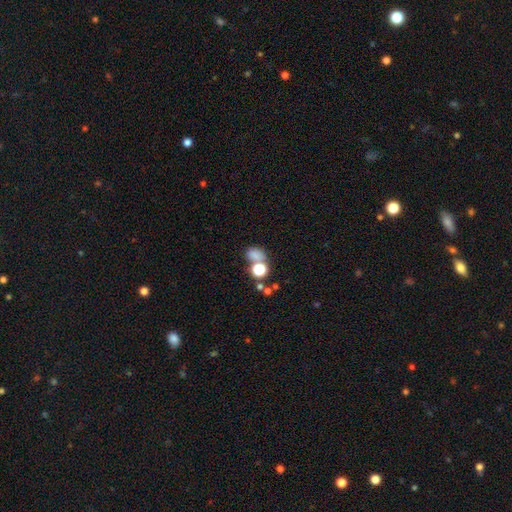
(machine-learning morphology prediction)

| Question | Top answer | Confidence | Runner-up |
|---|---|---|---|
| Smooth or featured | smooth | 69% | star or artifact (22%) |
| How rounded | in between | 52% | round (47%) |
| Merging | none | 44% | merger (37%) |